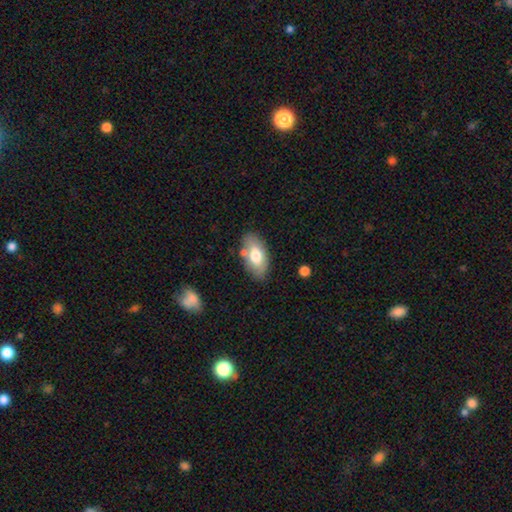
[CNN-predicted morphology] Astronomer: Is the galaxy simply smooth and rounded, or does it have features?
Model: smooth — 69%.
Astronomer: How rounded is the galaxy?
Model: in between — 93%.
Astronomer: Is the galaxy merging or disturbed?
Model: none — 74%.